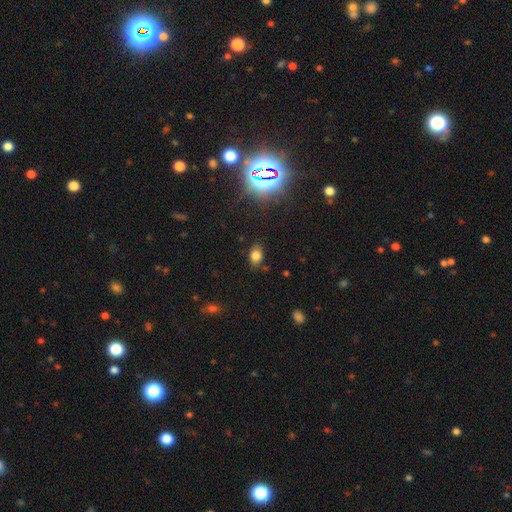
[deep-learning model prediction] Morphology: type=smooth (76%); roundness=in between (81%); merging=none (78%).